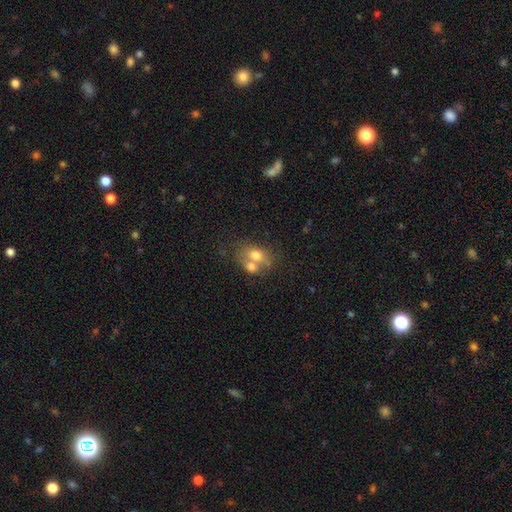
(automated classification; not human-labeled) Q: Smooth or featured?
A: smooth (68%); runner-up: featured or disk (22%)
Q: How rounded?
A: in between (65%); runner-up: round (33%)
Q: Merging?
A: merger (57%); runner-up: none (28%)